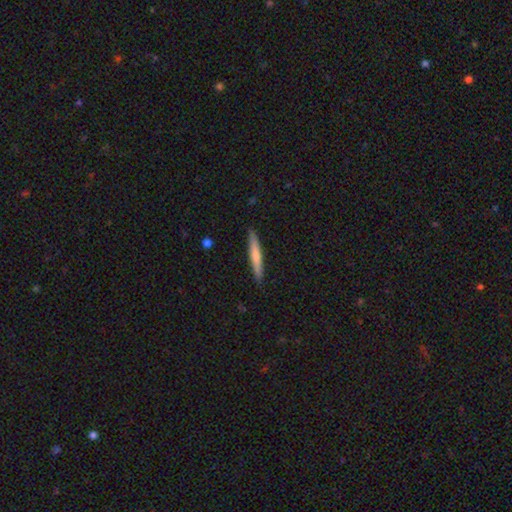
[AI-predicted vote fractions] smooth-or-featured: smooth: 62% | featured or disk: 32% | star or artifact: 5%
  how-rounded: cigar-shaped: 94% | in between: 4% | round: 1%
  merging: none: 90% | minor disturbance: 8% | major disturbance: 1% | merger: 1%